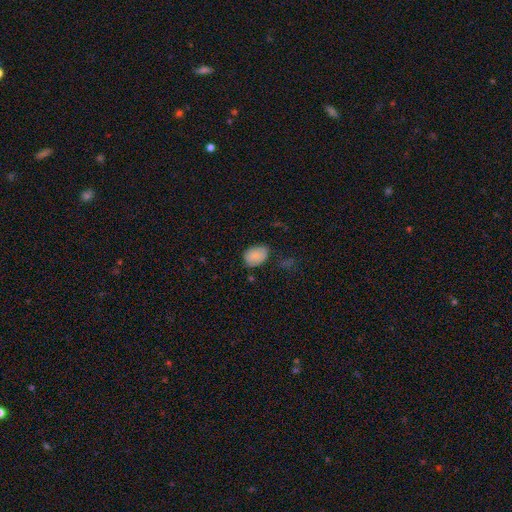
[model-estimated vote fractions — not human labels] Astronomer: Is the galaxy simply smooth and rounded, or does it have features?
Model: smooth — 81%.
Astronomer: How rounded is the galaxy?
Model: in between — 79%.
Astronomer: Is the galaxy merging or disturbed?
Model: none — 69%.